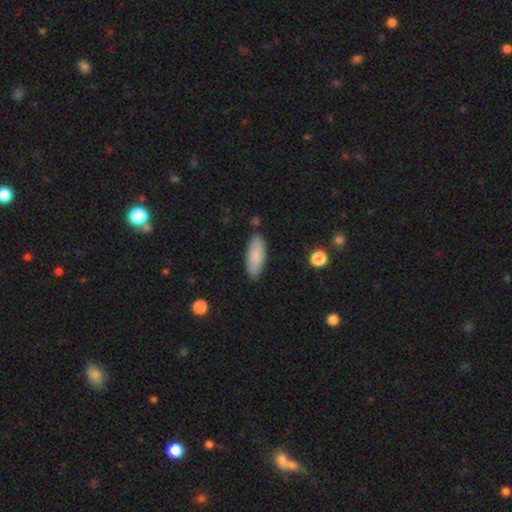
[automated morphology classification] Smooth or featured? smooth (84%)
How rounded? in between (72%)
Merging? none (85%)